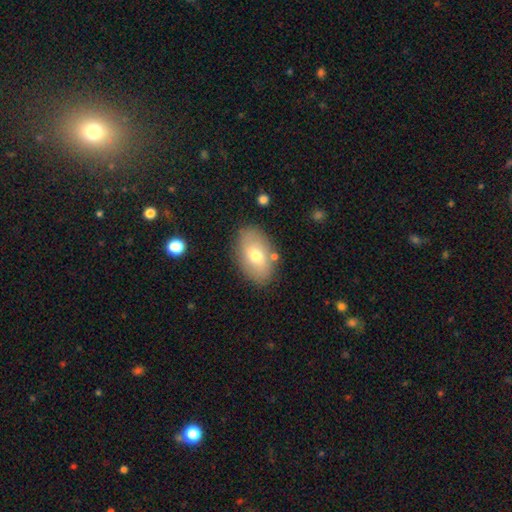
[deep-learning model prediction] Overall: smooth (65%; featured or disk 28%). How rounded: in between (90%). Merging: none (83%).